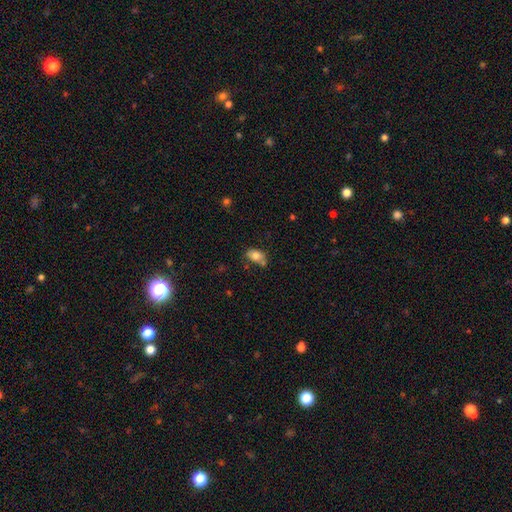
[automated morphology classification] This appears to be a smooth galaxy with no disk features (78%) that is in between round and cigar-shaped (81%). Merging: none (53%).